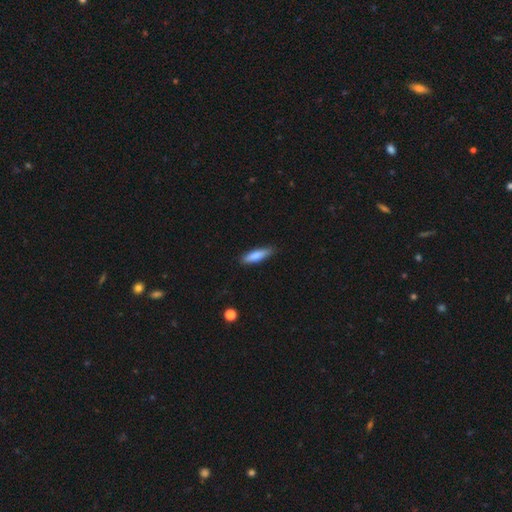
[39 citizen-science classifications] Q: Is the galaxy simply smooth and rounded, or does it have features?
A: smooth — 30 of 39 (77%).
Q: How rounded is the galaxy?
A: cigar-shaped — 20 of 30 (67%).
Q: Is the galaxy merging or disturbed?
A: none — 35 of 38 (92%).